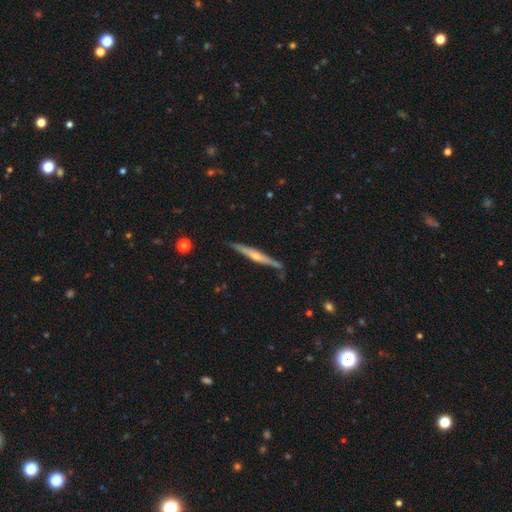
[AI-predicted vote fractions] A featured or disk galaxy (70%) viewed edge-on (96%) with a rounded central bulge (73%). Merging: none (81%).